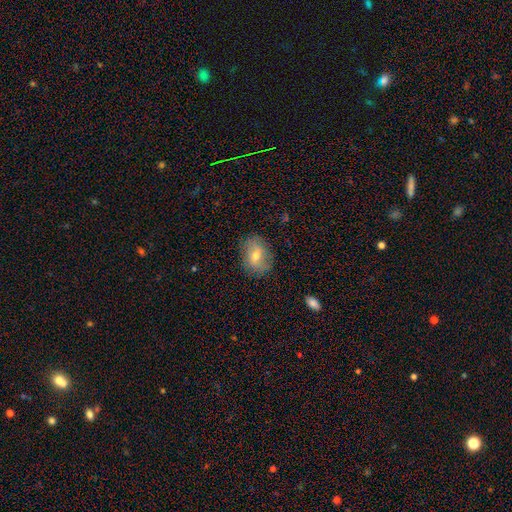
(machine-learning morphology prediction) Smooth or featured? smooth (59%)
How rounded? in between (64%)
Merging? none (82%)